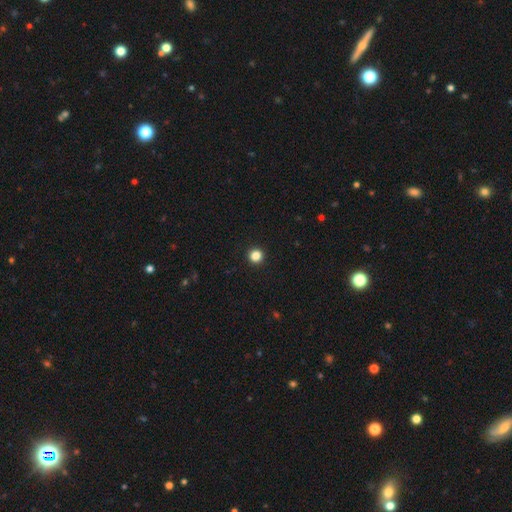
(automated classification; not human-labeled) Q: Smooth or featured?
A: smooth (85%); runner-up: star or artifact (12%)
Q: How rounded?
A: round (95%); runner-up: in between (4%)
Q: Merging?
A: none (94%); runner-up: minor disturbance (4%)